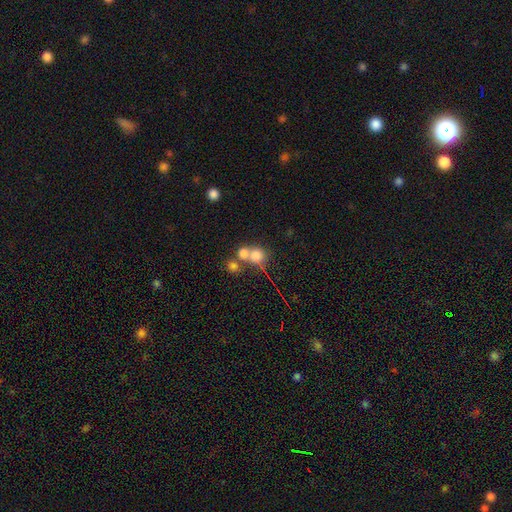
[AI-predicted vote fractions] Smooth or featured?
  - smooth: 73% *
  - star or artifact: 14%
  - featured or disk: 13%
How rounded?
  - round: 82% *
  - in between: 16%
  - cigar-shaped: 1%
Merging?
  - merger: 50% *
  - none: 39%
  - minor disturbance: 7%
  - major disturbance: 5%